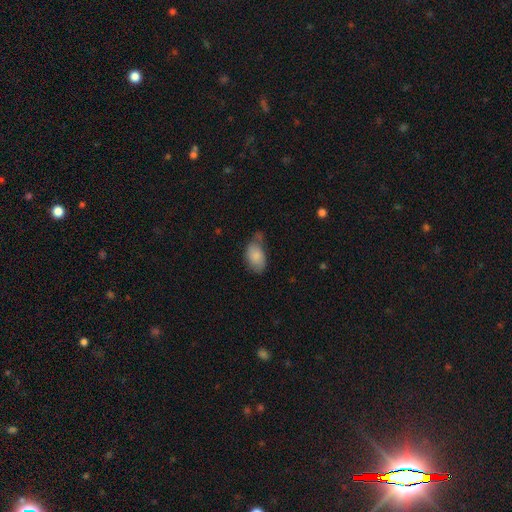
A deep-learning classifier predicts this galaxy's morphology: This appears to be a smooth galaxy with no disk features (81%) that is in between round and cigar-shaped (92%). Merging: none (39%).